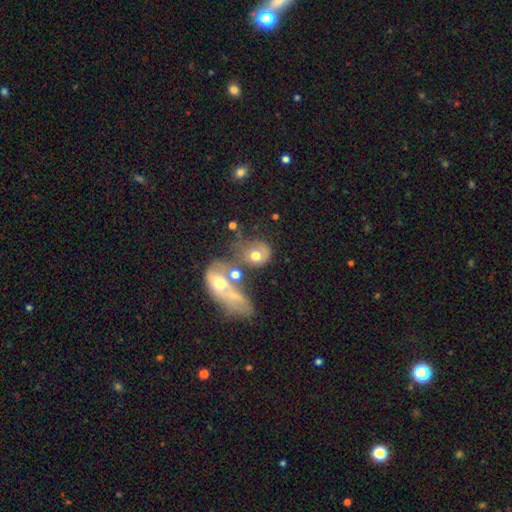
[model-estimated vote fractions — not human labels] This appears to be a smooth galaxy with no disk features (57%) that is round (61%). Merging: merger (49%).